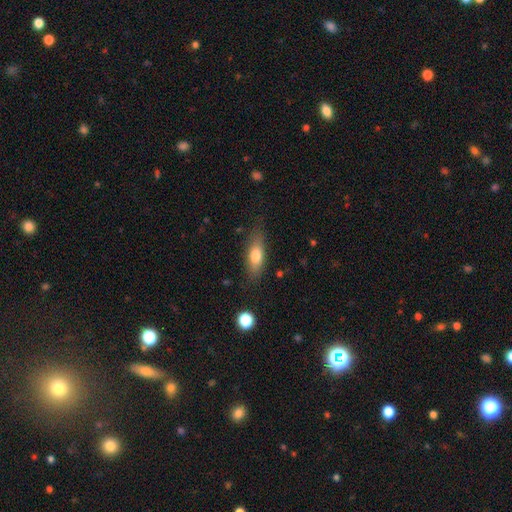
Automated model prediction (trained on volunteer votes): A smooth galaxy with no disk features (74%) that is in between round and cigar-shaped (68%). Merging: none (76%).